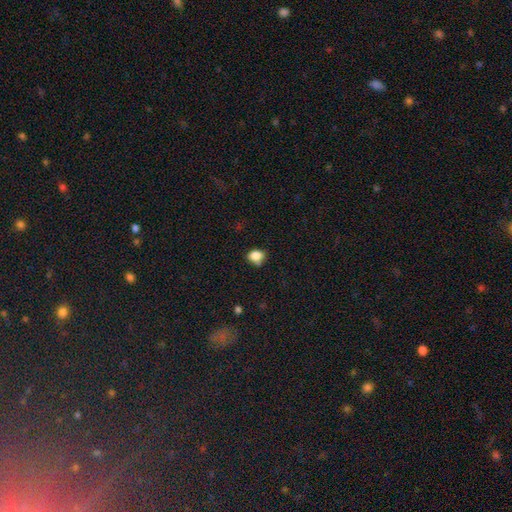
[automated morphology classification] smooth-or-featured: smooth: 83% | star or artifact: 11% | featured or disk: 6%
  how-rounded: in between: 51% | round: 48% | cigar-shaped: 1%
  merging: none: 55% | minor disturbance: 31% | major disturbance: 8% | merger: 6%